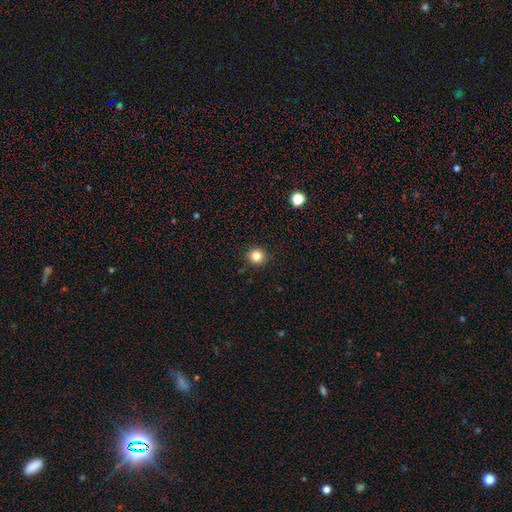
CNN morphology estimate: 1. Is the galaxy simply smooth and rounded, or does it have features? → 84% smooth, 11% star or artifact, 5% featured or disk.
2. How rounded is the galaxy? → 93% round, 6% in between, 1% cigar-shaped.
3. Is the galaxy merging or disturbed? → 91% none, 6% minor disturbance, 2% major disturbance, 1% merger.